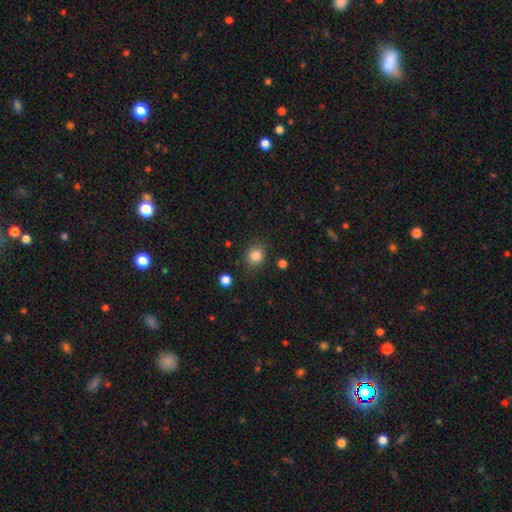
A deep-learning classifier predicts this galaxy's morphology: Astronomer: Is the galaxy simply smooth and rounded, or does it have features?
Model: smooth — 85%.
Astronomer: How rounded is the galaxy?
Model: round — 82%.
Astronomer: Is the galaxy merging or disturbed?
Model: none — 83%.